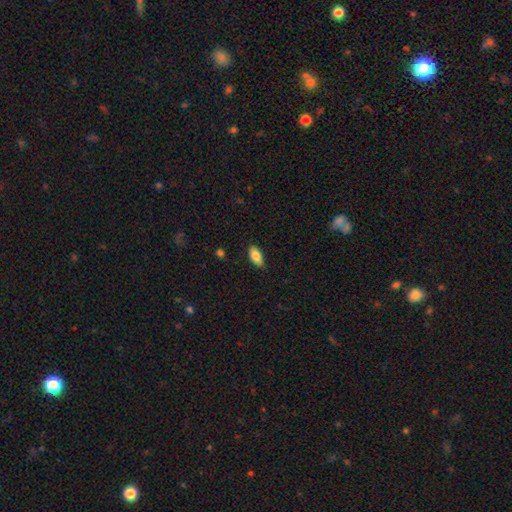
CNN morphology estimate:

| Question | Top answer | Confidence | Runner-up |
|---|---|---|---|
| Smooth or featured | smooth | 82% | featured or disk (10%) |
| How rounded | in between | 90% | cigar-shaped (7%) |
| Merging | none | 83% | minor disturbance (14%) |